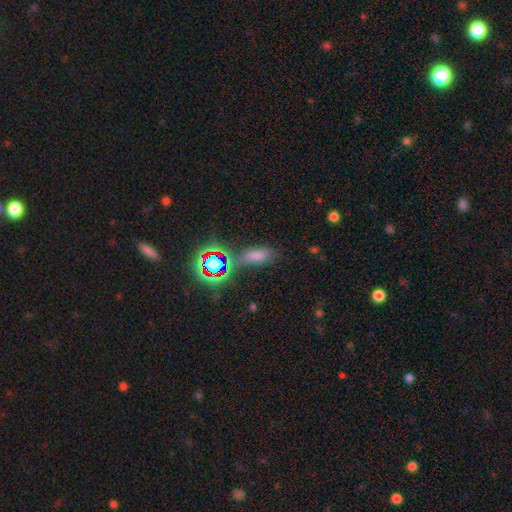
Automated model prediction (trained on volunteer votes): smooth-or-featured: smooth: 47% | star or artifact: 40% | featured or disk: 13%
  merging: none: 64% | minor disturbance: 17% | merger: 10% | major disturbance: 8%